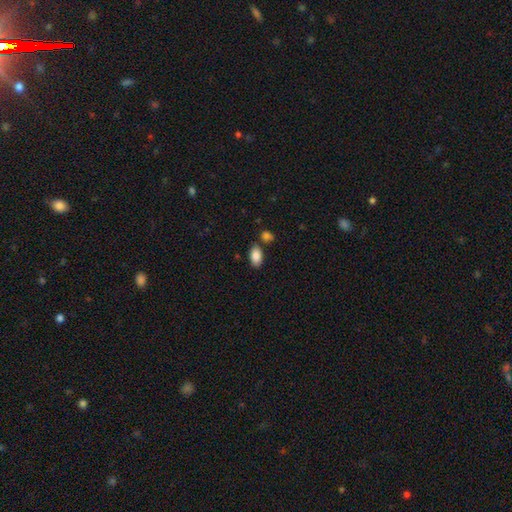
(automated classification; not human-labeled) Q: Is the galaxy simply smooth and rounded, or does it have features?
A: smooth — 87%.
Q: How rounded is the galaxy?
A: in between — 93%.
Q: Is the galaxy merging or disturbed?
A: none — 76%.